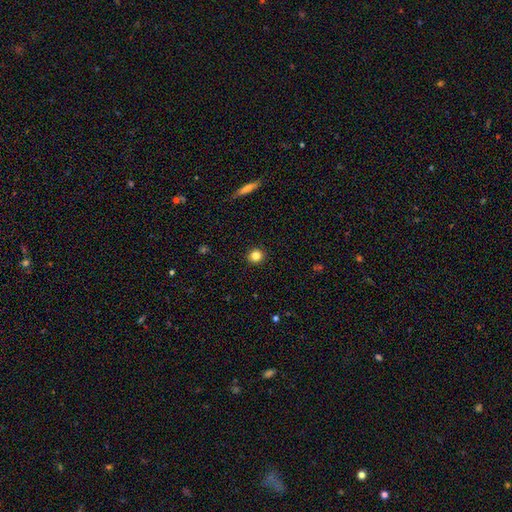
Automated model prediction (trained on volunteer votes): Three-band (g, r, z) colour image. It shows a smooth galaxy with no disk features (83%) that is round (93%). Merging: none (92%).